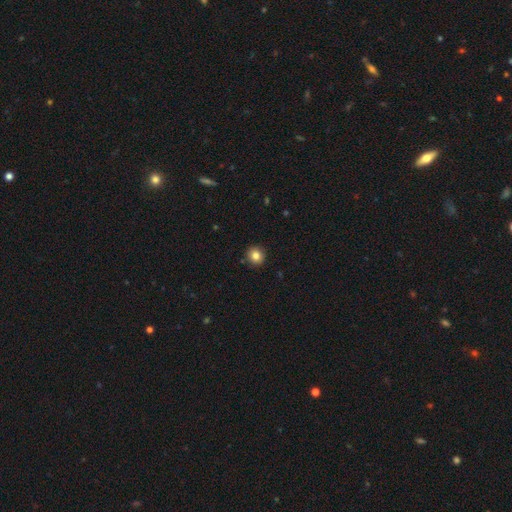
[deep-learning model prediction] Smooth or featured? smooth (83%)
How rounded? round (92%)
Merging? none (91%)